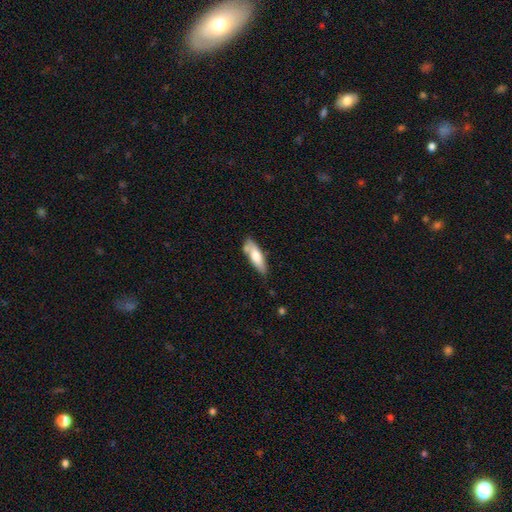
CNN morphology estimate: Smooth or featured? Predicted: smooth (p=0.72). How rounded? Predicted: in between (p=0.51). Merging? Predicted: none (p=0.59).